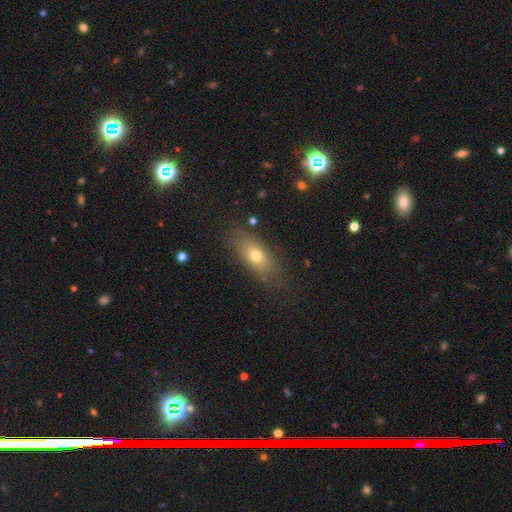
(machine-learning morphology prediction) Smooth or featured? smooth (69%)
How rounded? in between (73%)
Merging? none (79%)